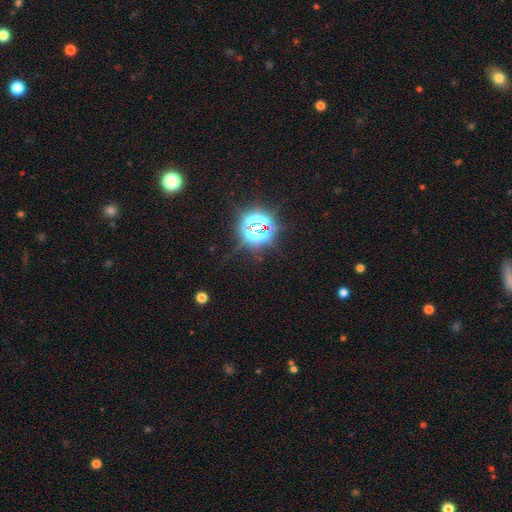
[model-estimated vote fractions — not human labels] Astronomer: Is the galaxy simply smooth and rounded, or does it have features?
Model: star or artifact — 76%.